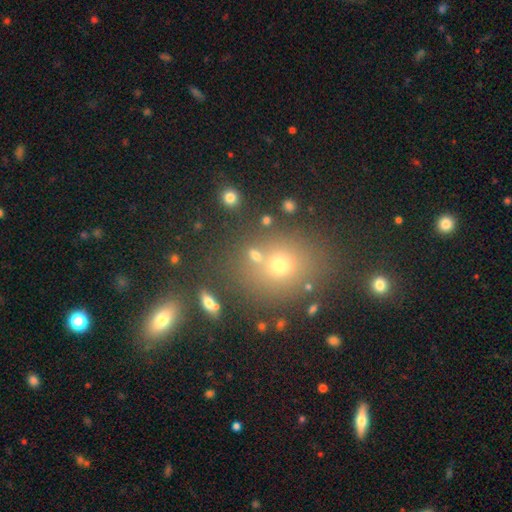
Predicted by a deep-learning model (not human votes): A smooth galaxy with no disk features (68%) that is round (68%).

Vote fractions:
- Smooth or featured? smooth: 68% / star or artifact: 21% / featured or disk: 11%
- How rounded? round: 68% / in between: 30% / cigar-shaped: 2%
- Merging? none: 68% / merger: 17% / minor disturbance: 10% / major disturbance: 5%